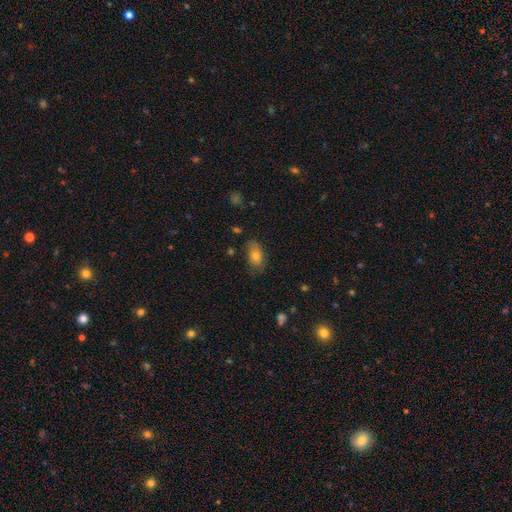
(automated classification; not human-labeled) smooth-or-featured: smooth: 73% | featured or disk: 19% | star or artifact: 8%
  how-rounded: in between: 90% | round: 7% | cigar-shaped: 4%
  merging: none: 71% | minor disturbance: 23% | major disturbance: 5% | merger: 2%